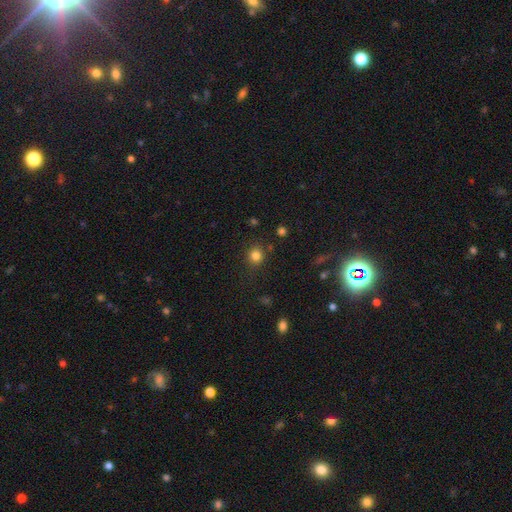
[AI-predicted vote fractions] Smooth or featured? Predicted: smooth (p=0.82). How rounded? Predicted: round (p=0.86). Merging? Predicted: none (p=0.84).